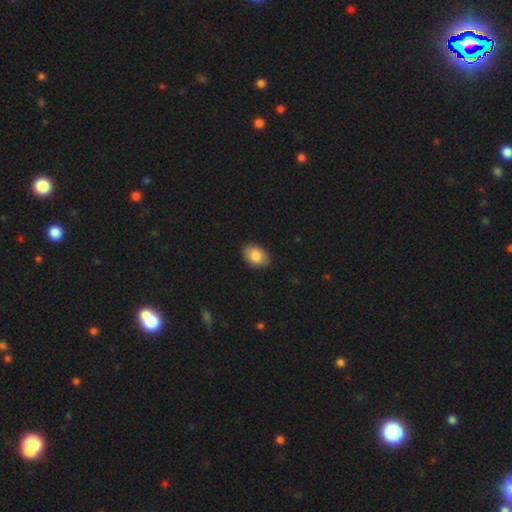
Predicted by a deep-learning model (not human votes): The model was most divided on "merging": none: 86%, minor disturbance: 11%, major disturbance: 2%, merger: 1%. More confident: how rounded — in between (88%); smooth or featured — smooth (85%).